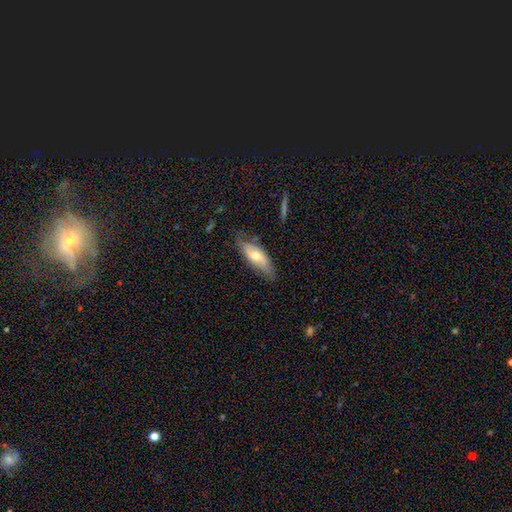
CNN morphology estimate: This is possibly a smooth galaxy (57%). How rounded: likely in between (72%). Merging: likely none (67%).